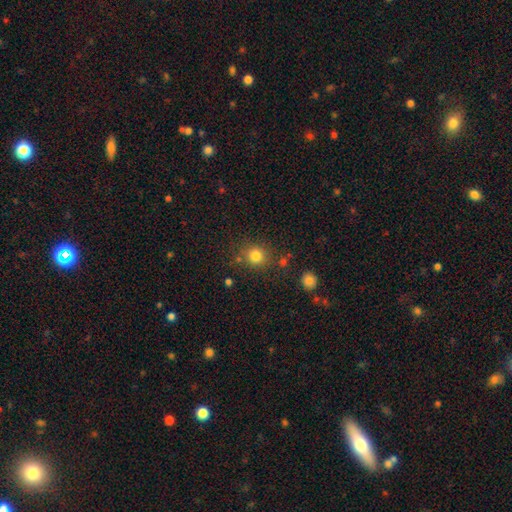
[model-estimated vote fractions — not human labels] Smooth or featured? Predicted: smooth (p=0.81). How rounded? Predicted: round (p=0.87). Merging? Predicted: none (p=0.80).